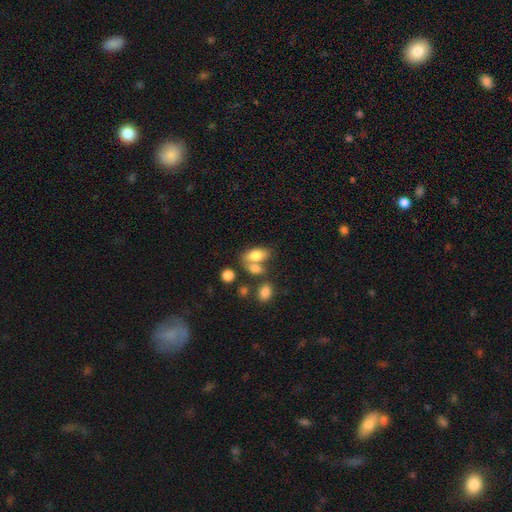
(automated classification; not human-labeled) A smooth galaxy with no disk features (77%) that is in between round and cigar-shaped (88%). Merging: none (41%, tied with merger).